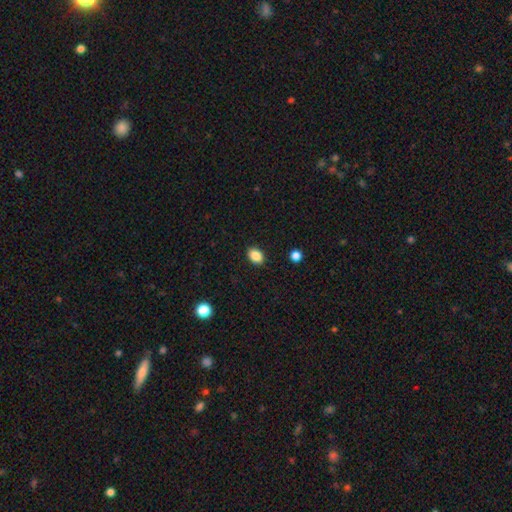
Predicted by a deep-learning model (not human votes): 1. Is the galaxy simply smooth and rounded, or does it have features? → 87% smooth, 9% star or artifact, 4% featured or disk.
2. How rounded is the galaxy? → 76% in between, 23% round, 1% cigar-shaped.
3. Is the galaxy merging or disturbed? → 89% none, 7% minor disturbance, 2% major disturbance, 1% merger.